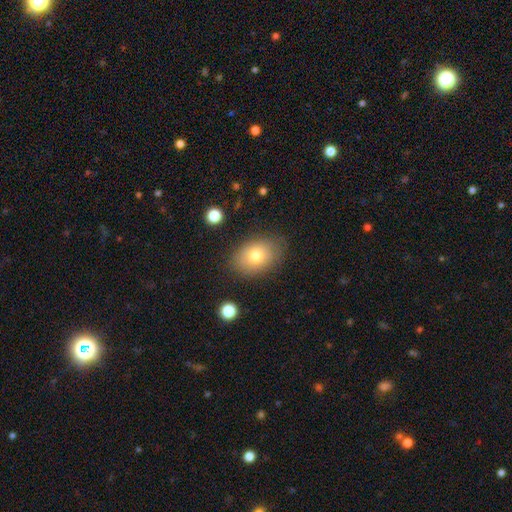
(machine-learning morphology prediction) This is likely a smooth galaxy (76%). How rounded: likely in between (74%). Merging: likely none (80%).